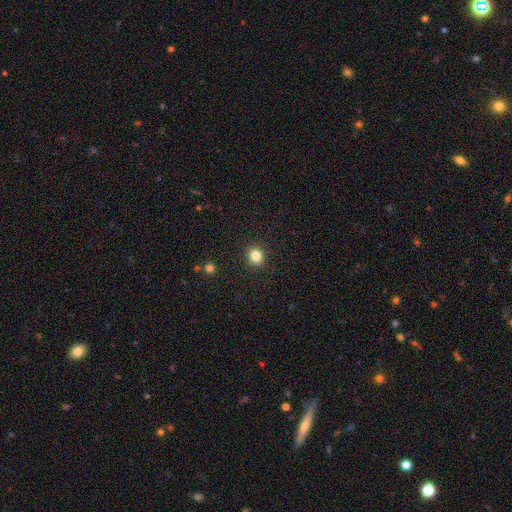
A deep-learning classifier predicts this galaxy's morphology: The model was most divided on "how rounded": round: 64%, in between: 35%, cigar-shaped: 1%. More confident: merging — none (90%); smooth or featured — smooth (83%).